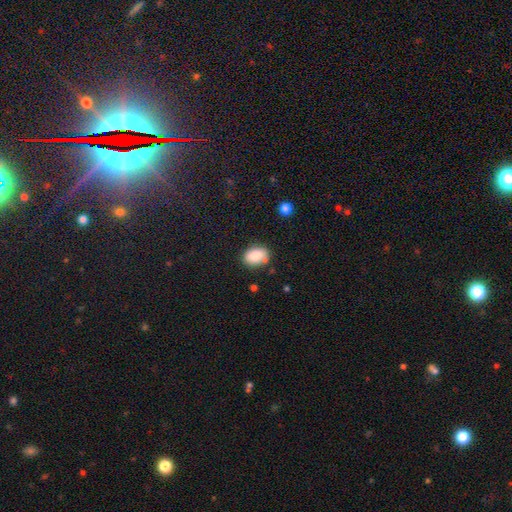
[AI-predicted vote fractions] smooth-or-featured: smooth: 85% | featured or disk: 8% | star or artifact: 7%
  how-rounded: in between: 81% | round: 17% | cigar-shaped: 1%
  merging: none: 76% | minor disturbance: 16% | merger: 5% | major disturbance: 3%